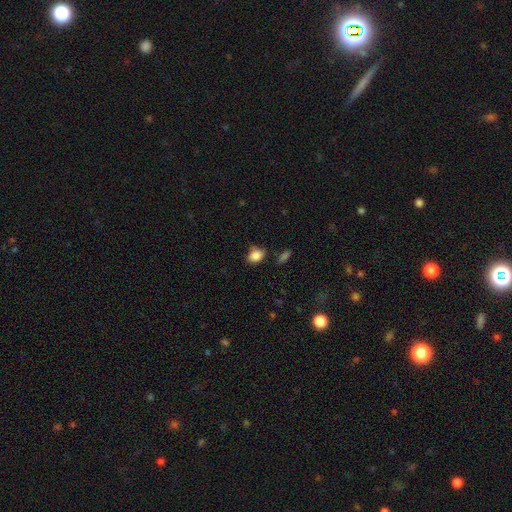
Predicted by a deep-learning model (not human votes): Morphology: type=smooth (85%); roundness=in between (66%); merging=none (65%).